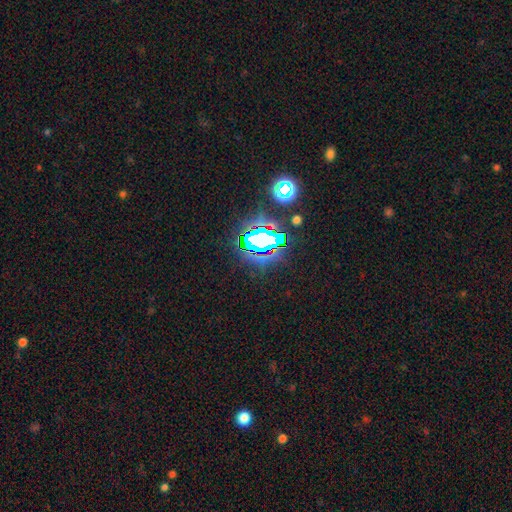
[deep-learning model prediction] This is clearly a star or artifact rather than a galaxy (82%).